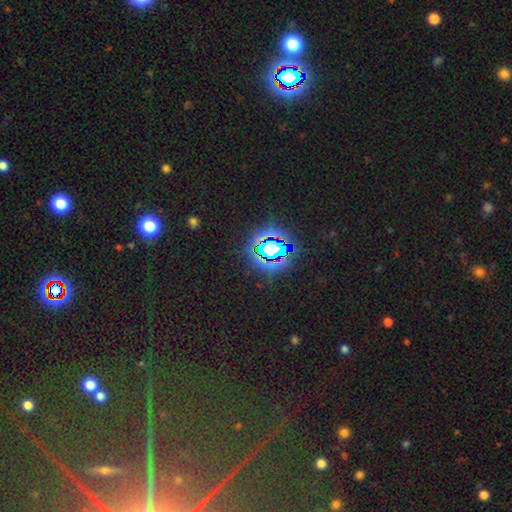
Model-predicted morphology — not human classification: smooth_or_featured: star or artifact (p=0.80) [alt: smooth p=0.12]